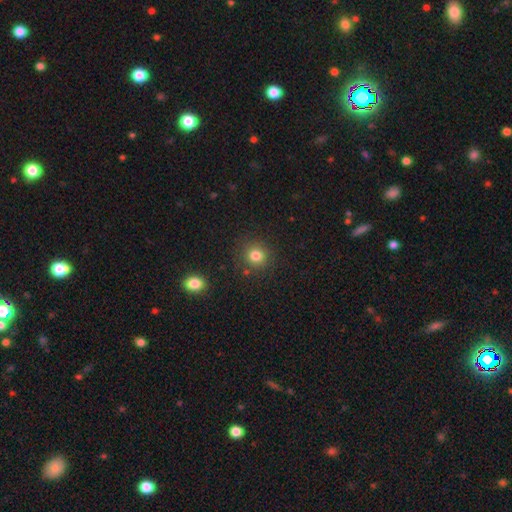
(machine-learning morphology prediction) smooth 81%, star or artifact 13%, featured or disk 6%. Down the decision tree: how rounded — round (89%); merging — none (86%).